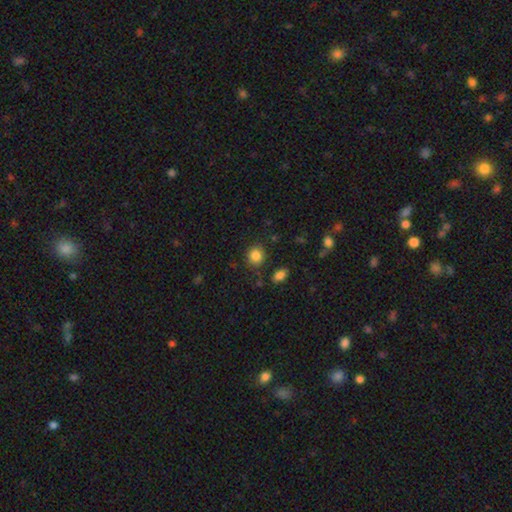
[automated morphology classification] Smooth or featured? smooth (85%)
How rounded? round (81%)
Merging? none (85%)